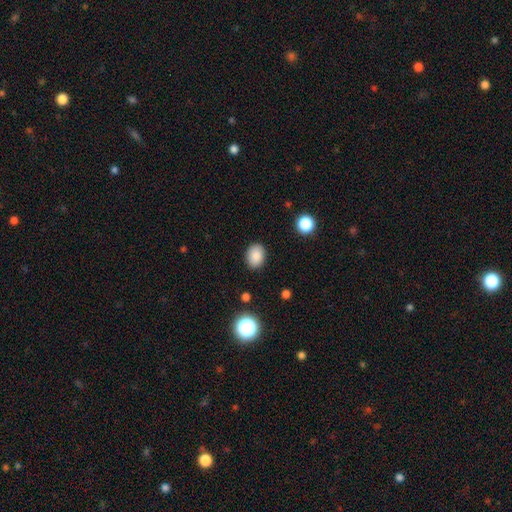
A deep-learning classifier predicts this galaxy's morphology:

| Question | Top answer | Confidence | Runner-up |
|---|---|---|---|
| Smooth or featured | smooth | 86% | star or artifact (10%) |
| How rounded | in between | 65% | round (34%) |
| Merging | none | 87% | minor disturbance (9%) |